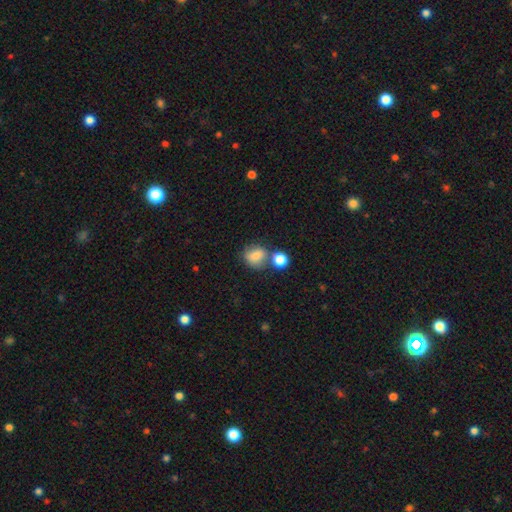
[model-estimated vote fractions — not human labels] Morphology: type=smooth (78%); roundness=round (60%); merging=none (52%).